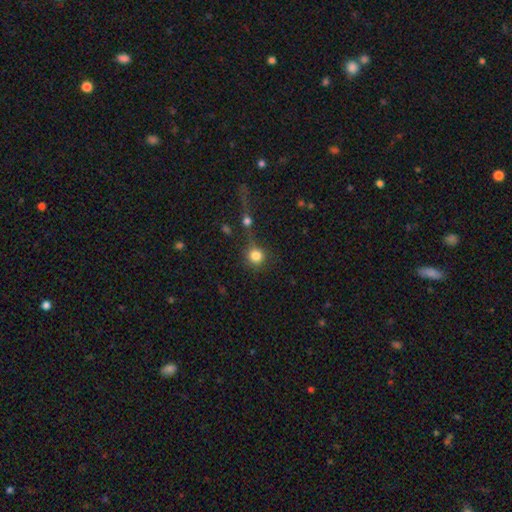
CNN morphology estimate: smooth 81%, star or artifact 12%, featured or disk 7%. Down the decision tree: how rounded — round (92%); merging — none (60%).